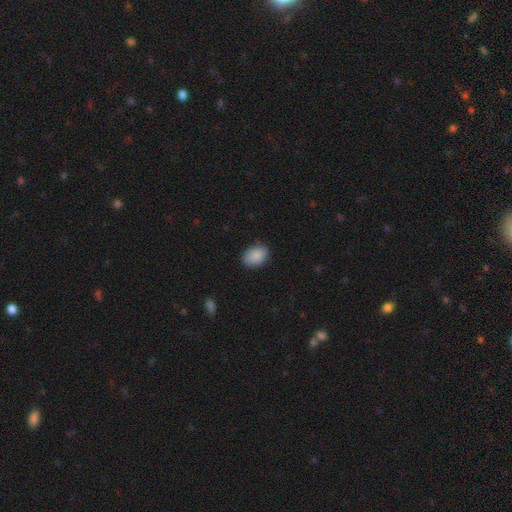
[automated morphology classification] A smooth galaxy with no disk features (89%) that is in between round and cigar-shaped (79%).

Vote fractions:
- Smooth or featured? smooth: 89% / star or artifact: 7% / featured or disk: 4%
- How rounded? in between: 79% / round: 20% / cigar-shaped: 1%
- Merging? none: 82% / minor disturbance: 14% / major disturbance: 3% / merger: 1%